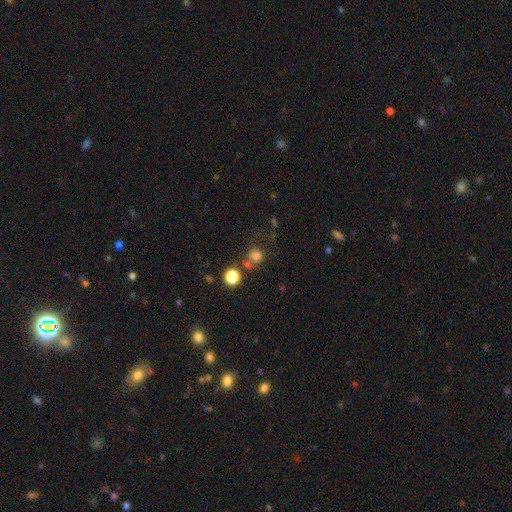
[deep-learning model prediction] Morphology: type=smooth (75%); roundness=round (85%); merging=none (58%).